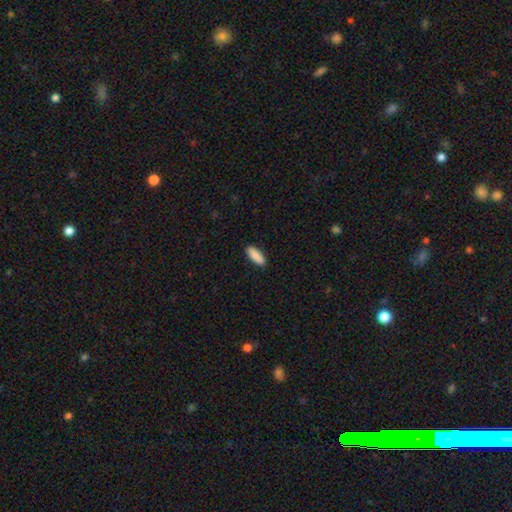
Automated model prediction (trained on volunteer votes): Q: Smooth or featured?
A: smooth (90%); runner-up: star or artifact (6%)
Q: How rounded?
A: in between (60%); runner-up: cigar-shaped (38%)
Q: Merging?
A: none (91%); runner-up: minor disturbance (7%)